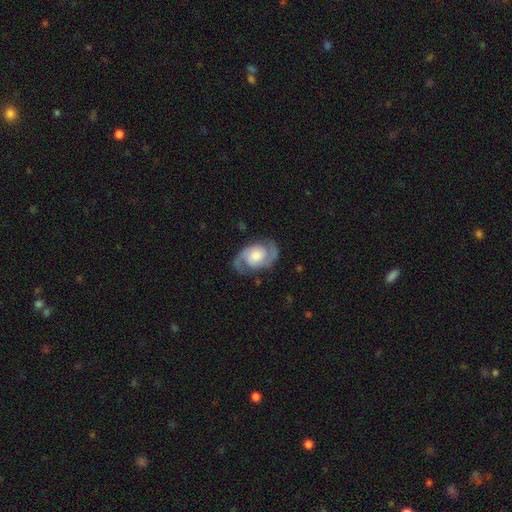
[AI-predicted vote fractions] Smooth or featured? featured or disk (87%)
Edge-on disk? no (98%)
Bar? no (64%)
Spiral arms? yes (97%)
Spiral winding? medium (54%)
Spiral arm count? 2 (93%)
Bulge size? large (38%)
Merging? none (80%)